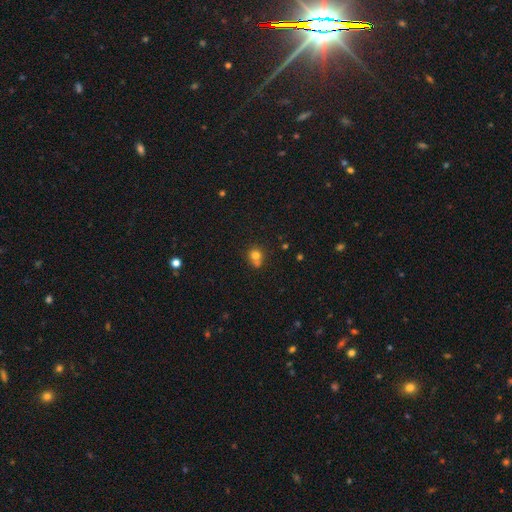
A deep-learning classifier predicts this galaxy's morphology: smooth_or_featured: smooth (p=0.75) [alt: star or artifact p=0.13]
how_rounded: round (p=0.77) [alt: in between p=0.22]
merging: none (p=0.45) [alt: merger p=0.35]